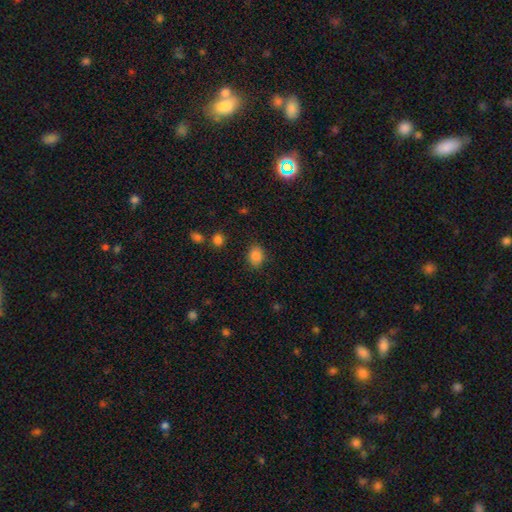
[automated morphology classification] Smooth or featured? smooth (86%)
How rounded? in between (64%)
Merging? none (83%)